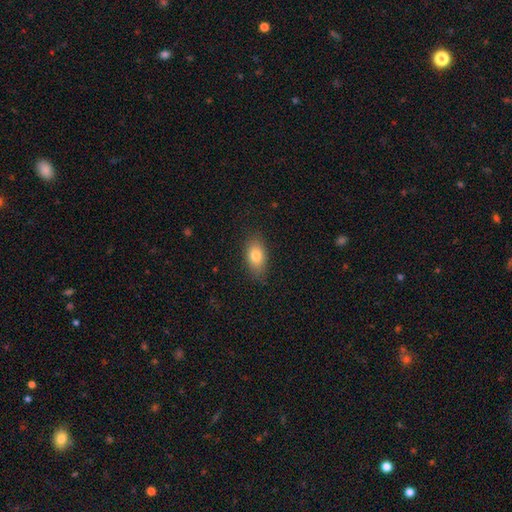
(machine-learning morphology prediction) Smooth or featured?
  - smooth: 79% *
  - featured or disk: 12%
  - star or artifact: 8%
How rounded?
  - in between: 87% *
  - round: 9%
  - cigar-shaped: 4%
Merging?
  - none: 82% *
  - minor disturbance: 14%
  - major disturbance: 3%
  - merger: 1%